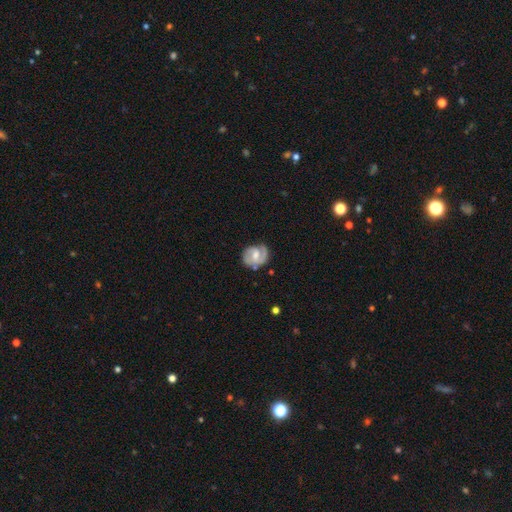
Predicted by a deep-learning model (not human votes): This is likely a featured or disk galaxy (75%). It is clearly not viewed edge-on (98%). Bar: possibly weak (51%). Spiral arm pattern: clearly yes (92%). Spiral arm count: likely 2 (67%). Spiral winding: possibly tight (48%). Central bulge: possibly moderate (55%). Merging: likely none (69%).